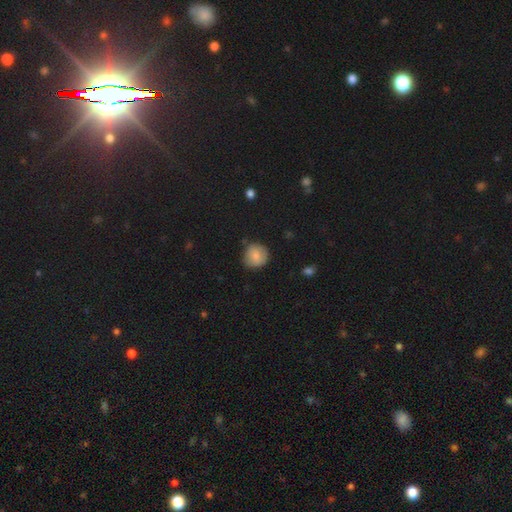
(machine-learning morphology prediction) smooth-or-featured: smooth: 82% | featured or disk: 10% | star or artifact: 8%
  how-rounded: round: 90% | in between: 9% | cigar-shaped: 1%
  merging: none: 78% | minor disturbance: 17% | major disturbance: 3% | merger: 2%